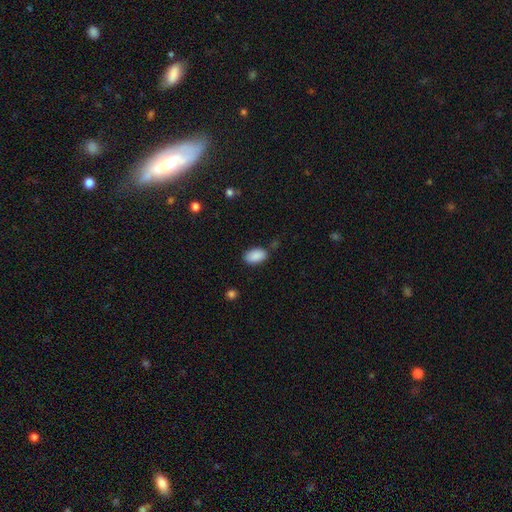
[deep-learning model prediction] Morphology: type=smooth (90%); roundness=in between (93%); merging=none (80%).